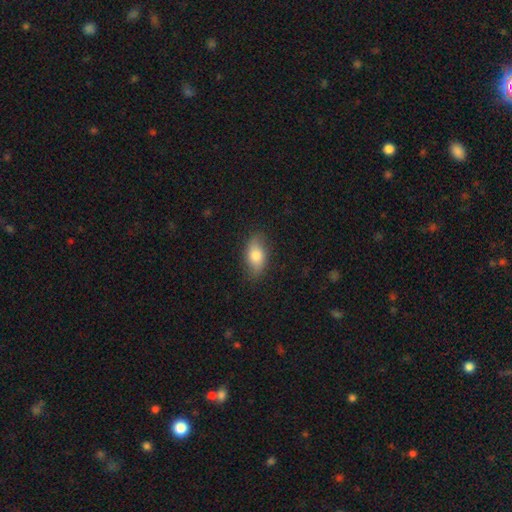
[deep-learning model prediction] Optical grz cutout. It shows a smooth galaxy with no disk features (75%) that is in between round and cigar-shaped (88%). Merging: none (82%).